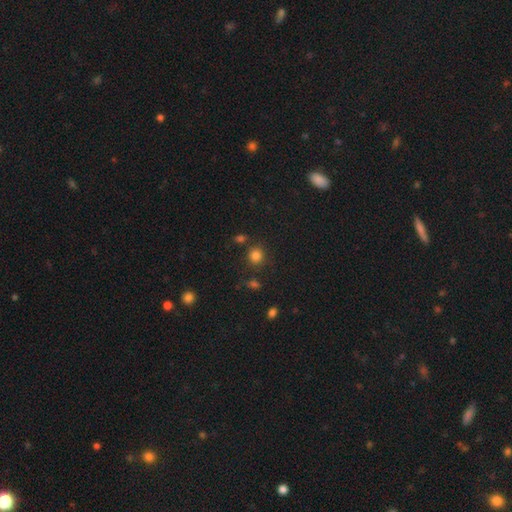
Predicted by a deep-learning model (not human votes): Smooth or featured?
  - smooth: 82% *
  - star or artifact: 13%
  - featured or disk: 5%
How rounded?
  - round: 88% *
  - in between: 11%
  - cigar-shaped: 1%
Merging?
  - none: 80% *
  - minor disturbance: 9%
  - merger: 7%
  - major disturbance: 4%